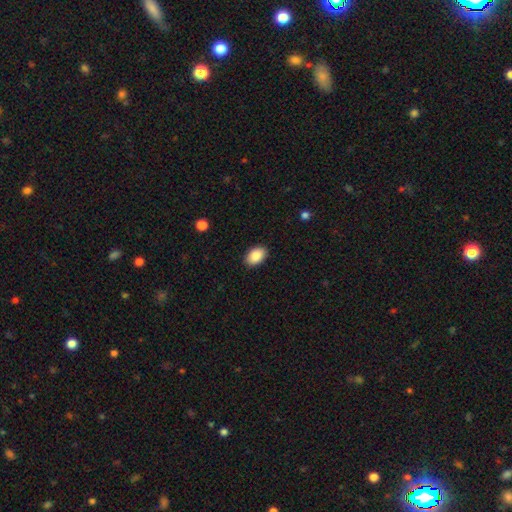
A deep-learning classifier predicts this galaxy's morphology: Smooth or featured? smooth (89%)
How rounded? in between (88%)
Merging? none (89%)